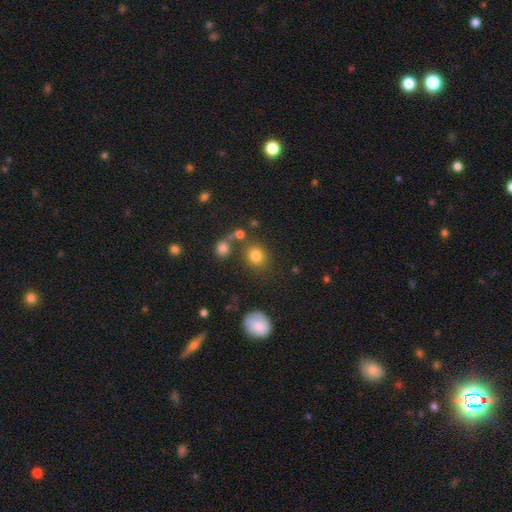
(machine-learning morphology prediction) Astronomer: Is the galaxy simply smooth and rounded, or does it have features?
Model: smooth — 80%.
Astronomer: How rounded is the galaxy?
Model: round — 78%.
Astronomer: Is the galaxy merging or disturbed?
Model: none — 72%.